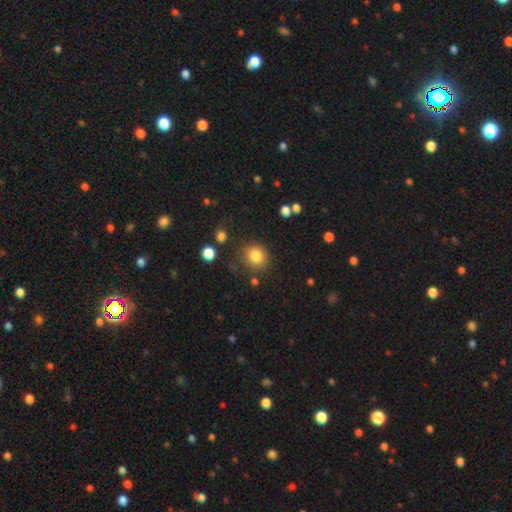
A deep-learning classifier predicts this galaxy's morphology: This appears to be a smooth galaxy with no disk features (84%) that is round (78%). Merging: none (80%).